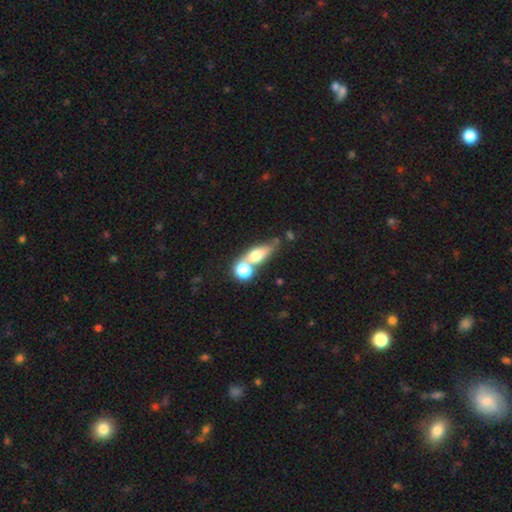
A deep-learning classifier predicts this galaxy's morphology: smooth 62%, featured or disk 26%, star or artifact 12%. Down the decision tree: how rounded — in between (53%); merging — none (42%).